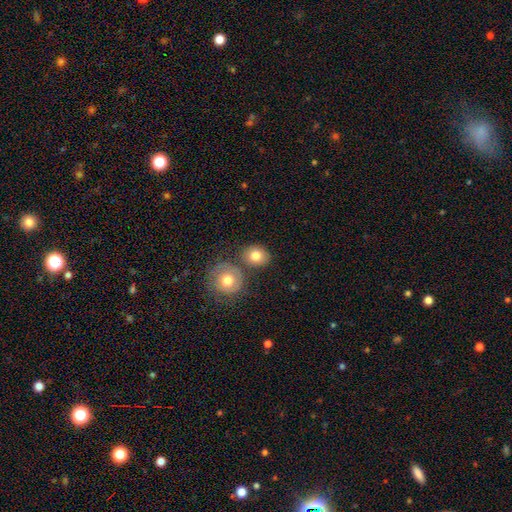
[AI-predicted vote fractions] Q: Smooth or featured?
A: smooth (77%); runner-up: featured or disk (15%)
Q: How rounded?
A: round (70%); runner-up: in between (29%)
Q: Merging?
A: none (64%); runner-up: merger (20%)